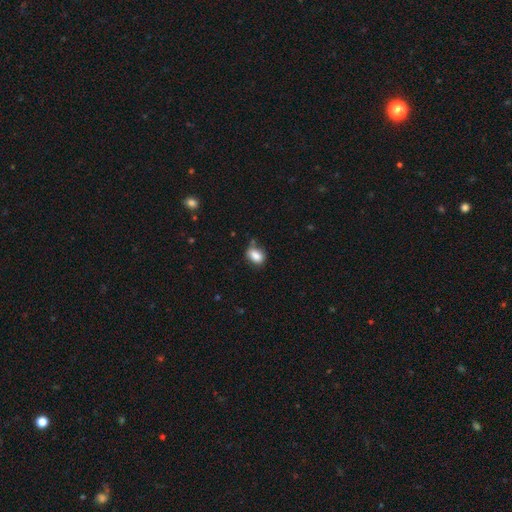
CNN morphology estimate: A smooth galaxy with no disk features (85%) that is in between round and cigar-shaped (78%).

Vote fractions:
- Smooth or featured? smooth: 85% / star or artifact: 8% / featured or disk: 6%
- How rounded? in between: 78% / round: 20% / cigar-shaped: 2%
- Merging? none: 68% / minor disturbance: 22% / merger: 5% / major disturbance: 5%